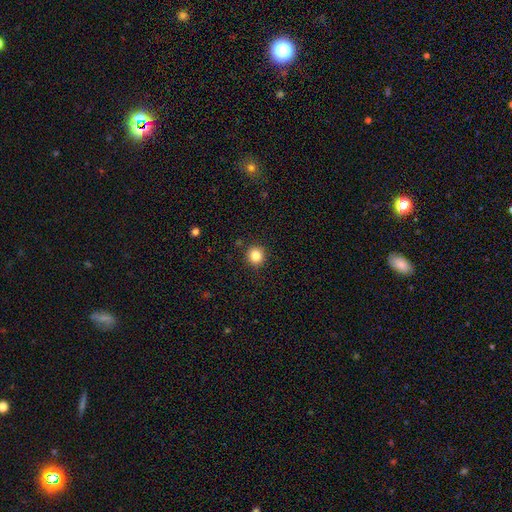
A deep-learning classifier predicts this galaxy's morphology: A smooth galaxy with no disk features (84%) that is round (94%).

Vote fractions:
- Smooth or featured? smooth: 84% / star or artifact: 11% / featured or disk: 5%
- How rounded? round: 94% / in between: 5% / cigar-shaped: 1%
- Merging? none: 91% / minor disturbance: 6% / major disturbance: 2% / merger: 1%